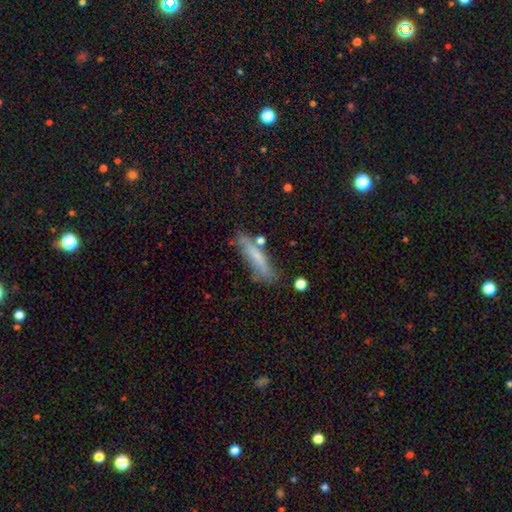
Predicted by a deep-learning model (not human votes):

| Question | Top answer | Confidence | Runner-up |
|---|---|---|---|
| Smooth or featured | smooth | 55% | featured or disk (33%) |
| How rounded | cigar-shaped | 82% | in between (15%) |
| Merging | none | 72% | minor disturbance (18%) |